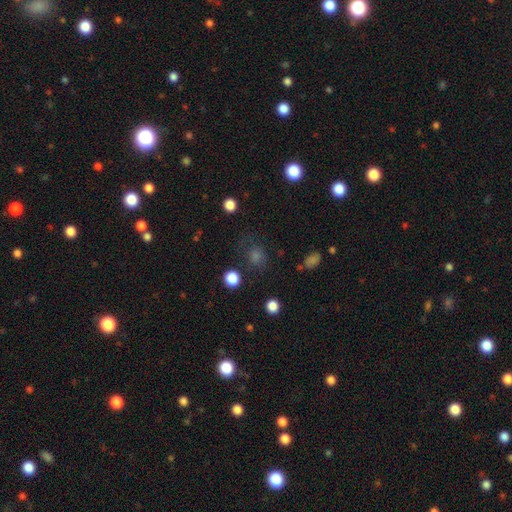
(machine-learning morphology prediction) Overall: smooth (59%; star or artifact 31%). How rounded: round (79%). Merging: none (72%).